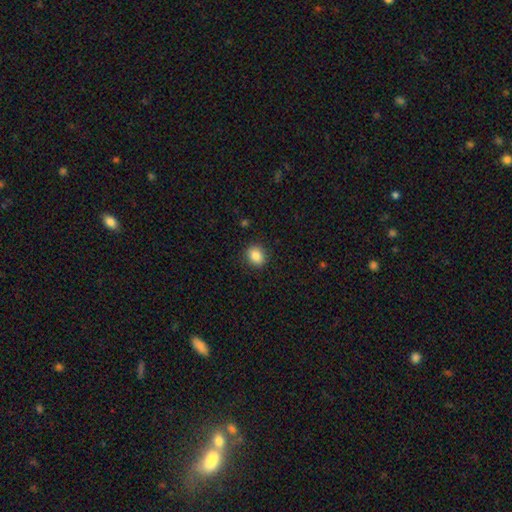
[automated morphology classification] Smooth or featured? Predicted: smooth (p=0.85). How rounded? Predicted: round (p=0.57). Merging? Predicted: none (p=0.90).